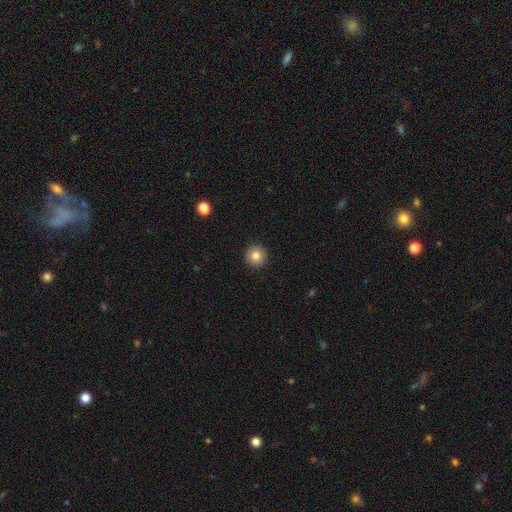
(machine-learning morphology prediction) Smooth or featured? Predicted: smooth (p=0.83). How rounded? Predicted: round (p=0.96). Merging? Predicted: none (p=0.93).